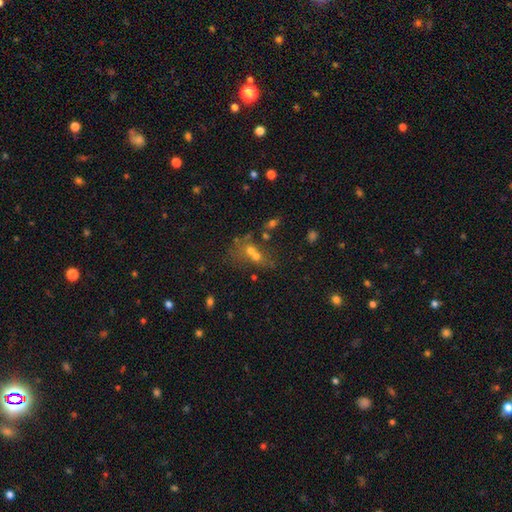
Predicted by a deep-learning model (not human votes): smooth 48%, featured or disk 28%, star or artifact 25%. Down the decision tree: merging — merger (59%).